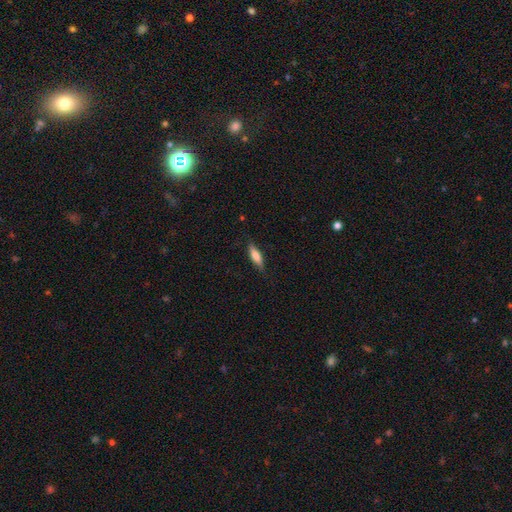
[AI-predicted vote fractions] A smooth galaxy with no disk features (72%) that is cigar-shaped (54%).

Vote fractions:
- Smooth or featured? smooth: 72% / featured or disk: 22% / star or artifact: 6%
- How rounded? cigar-shaped: 54% / in between: 44% / round: 2%
- Merging? none: 80% / minor disturbance: 16% / major disturbance: 3% / merger: 1%